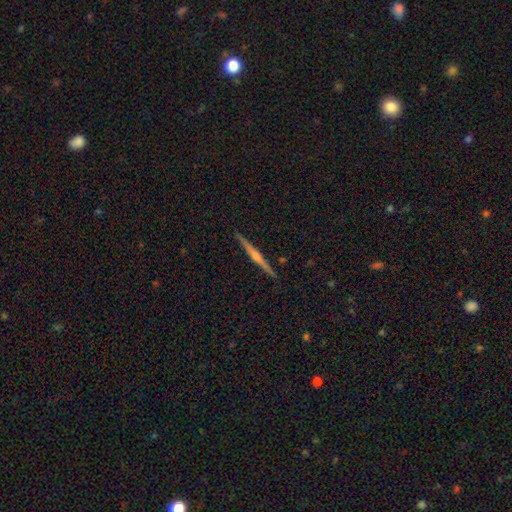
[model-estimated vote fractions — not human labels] A featured or disk galaxy (78%) viewed edge-on (99%) with a rounded central bulge (78%).

Vote fractions:
- Smooth or featured? featured or disk: 78% / smooth: 17% / star or artifact: 6%
- Edge-on disk? yes: 99% / no: 1%
- Edge-on bulge? rounded: 78% / none: 12% / boxy: 10%
- Merging? none: 93% / minor disturbance: 5% / major disturbance: 1% / merger: 1%